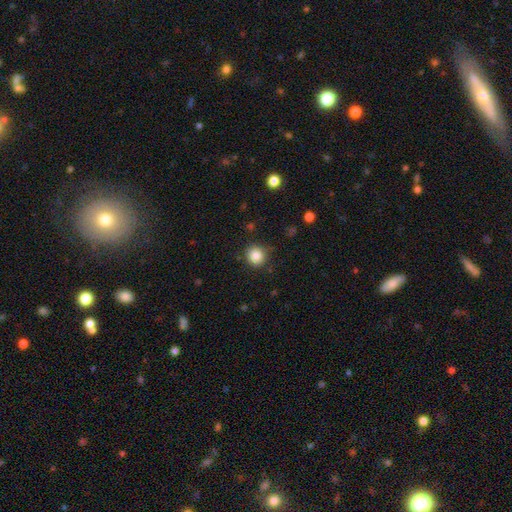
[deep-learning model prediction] Smooth or featured?
  - smooth: 85% *
  - star or artifact: 10%
  - featured or disk: 5%
How rounded?
  - round: 90% *
  - in between: 9%
  - cigar-shaped: 1%
Merging?
  - none: 86% *
  - minor disturbance: 10%
  - major disturbance: 3%
  - merger: 1%